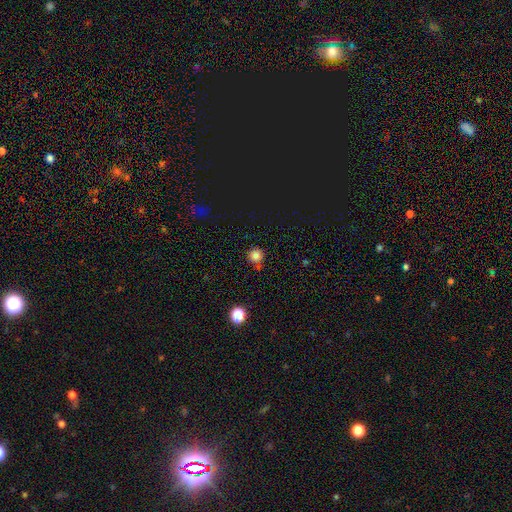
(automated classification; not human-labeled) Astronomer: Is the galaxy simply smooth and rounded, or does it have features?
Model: smooth — 80%.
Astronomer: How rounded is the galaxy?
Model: round — 94%.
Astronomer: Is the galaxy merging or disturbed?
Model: none — 77%.